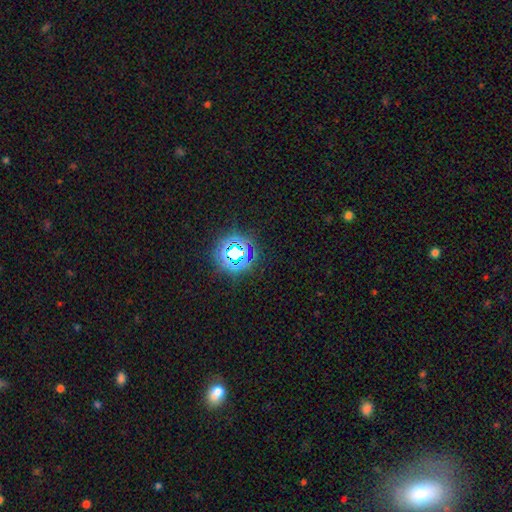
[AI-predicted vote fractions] A star or artifact, not a galaxy (69%).